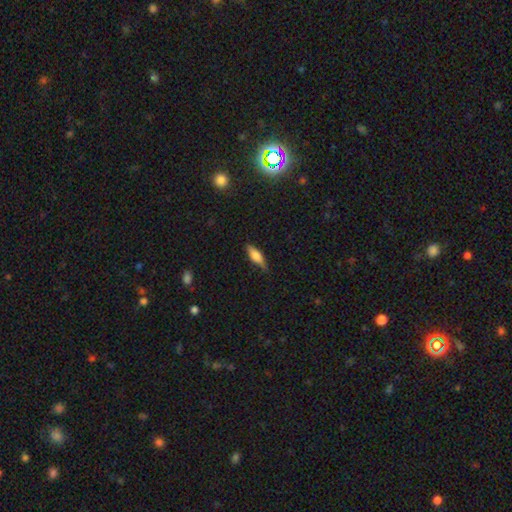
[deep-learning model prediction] A smooth galaxy with no disk features (65%) that is cigar-shaped (49%, tied with in between). Merging: none (75%).